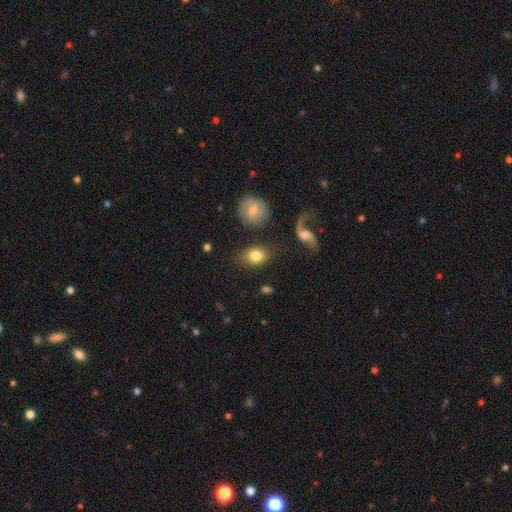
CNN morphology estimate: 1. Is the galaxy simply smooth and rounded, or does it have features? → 77% smooth, 15% featured or disk, 8% star or artifact.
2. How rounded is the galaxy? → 60% in between, 38% round, 2% cigar-shaped.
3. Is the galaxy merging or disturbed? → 75% none, 12% minor disturbance, 7% major disturbance, 6% merger.